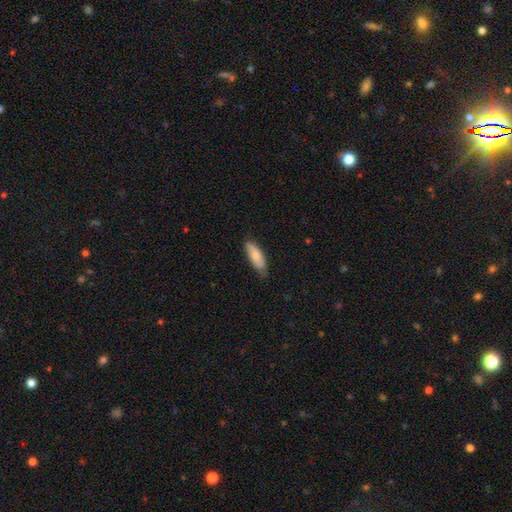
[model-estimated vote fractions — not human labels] Smooth or featured?
  - smooth: 74% *
  - featured or disk: 20%
  - star or artifact: 6%
How rounded?
  - in between: 67% *
  - cigar-shaped: 31%
  - round: 2%
Merging?
  - none: 73% *
  - minor disturbance: 23%
  - major disturbance: 3%
  - merger: 1%